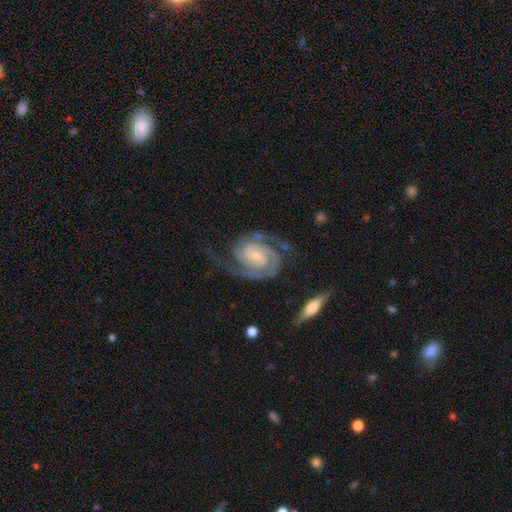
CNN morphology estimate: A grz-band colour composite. It shows a featured or disk galaxy (92%) with no bar (50%), 2 (87%) tight (62%) spiral arms (99%) and a small central bulge (63%). Merging: none (71%).